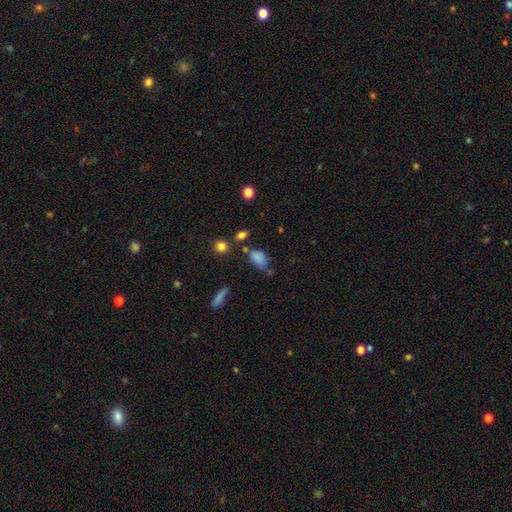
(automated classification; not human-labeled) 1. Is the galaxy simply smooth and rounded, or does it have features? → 79% smooth, 12% star or artifact, 9% featured or disk.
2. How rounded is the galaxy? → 83% in between, 14% round, 3% cigar-shaped.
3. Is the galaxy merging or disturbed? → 47% none, 28% minor disturbance, 14% merger, 10% major disturbance.